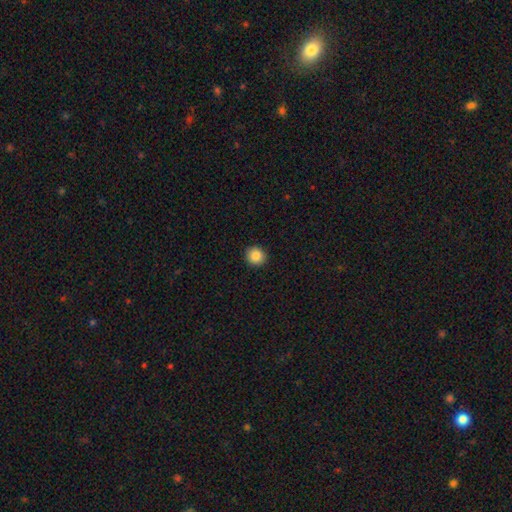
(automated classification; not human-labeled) This is clearly a smooth galaxy (86%). How rounded: clearly round (91%). Merging: clearly none (93%).